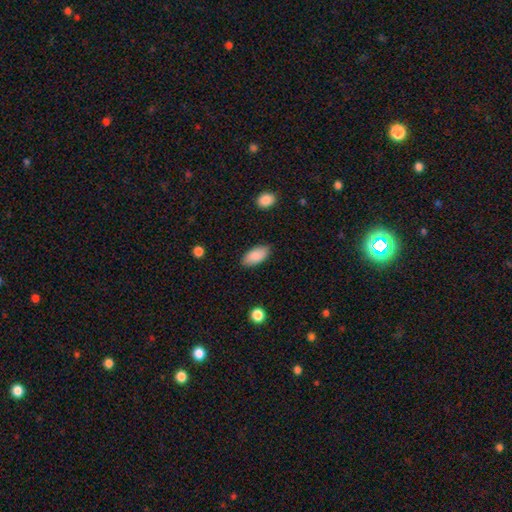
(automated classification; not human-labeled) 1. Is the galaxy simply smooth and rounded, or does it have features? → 87% smooth, 6% star or artifact, 6% featured or disk.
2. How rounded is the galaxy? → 92% in between, 6% cigar-shaped, 2% round.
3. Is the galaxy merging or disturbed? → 86% none, 11% minor disturbance, 2% major disturbance, 1% merger.